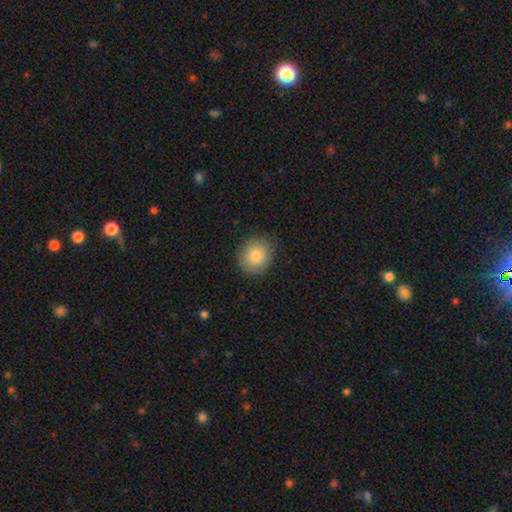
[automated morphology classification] A smooth galaxy with no disk features (81%) that is round (83%). Merging: none (88%).